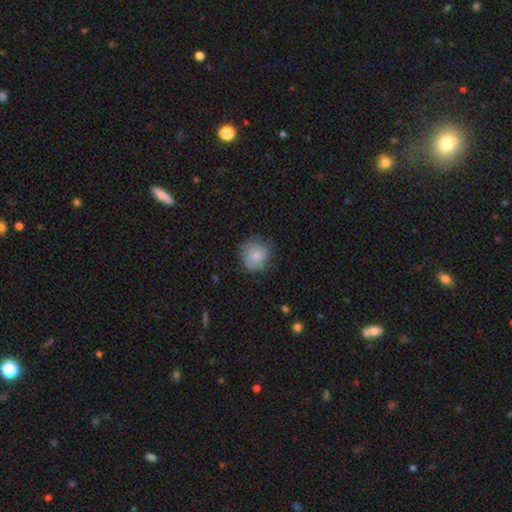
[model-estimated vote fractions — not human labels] Morphology: type=smooth (78%); roundness=round (88%); merging=none (70%).